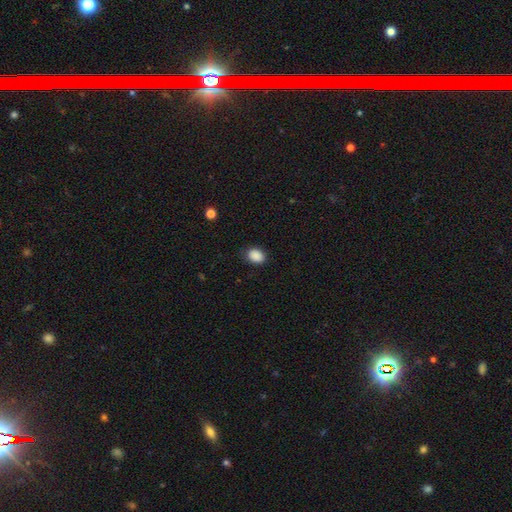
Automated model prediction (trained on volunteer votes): smooth_or_featured: smooth (p=0.89) [alt: star or artifact p=0.09]
how_rounded: in between (p=0.69) [alt: round p=0.30]
merging: none (p=0.83) [alt: minor disturbance p=0.13]